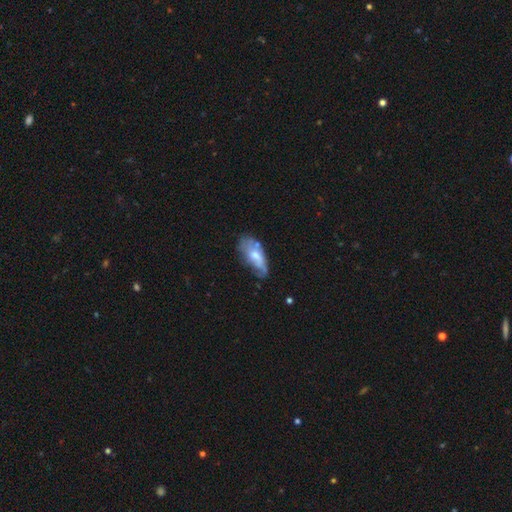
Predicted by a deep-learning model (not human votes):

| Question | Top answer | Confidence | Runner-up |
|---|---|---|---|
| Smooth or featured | smooth | 48% | featured or disk (45%) |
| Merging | none | 38% | minor disturbance (34%) |